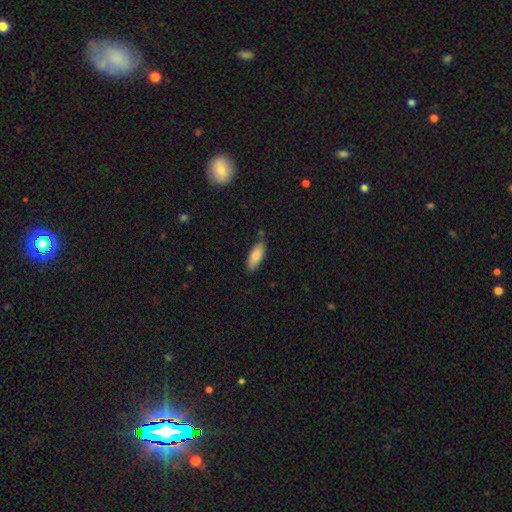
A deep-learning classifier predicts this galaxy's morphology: smooth-or-featured: smooth: 86% | featured or disk: 8% | star or artifact: 6%
  how-rounded: in between: 77% | cigar-shaped: 22% | round: 2%
  merging: none: 79% | minor disturbance: 15% | merger: 3% | major disturbance: 3%